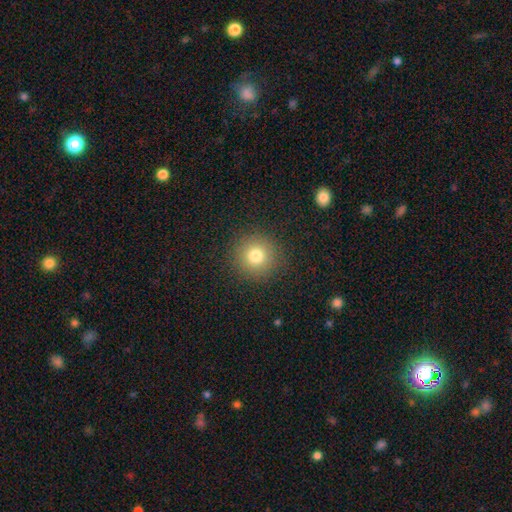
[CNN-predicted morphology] Q: Smooth or featured?
A: smooth (77%); runner-up: star or artifact (14%)
Q: How rounded?
A: round (95%); runner-up: in between (4%)
Q: Merging?
A: none (90%); runner-up: minor disturbance (6%)